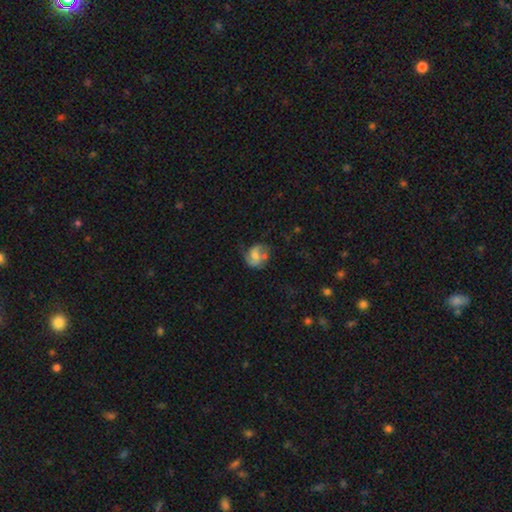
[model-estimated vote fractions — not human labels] Morphology: type=featured or disk (57%); edge-on=no (98%); bar=no (53%); spiral arms=yes (81%); bulge=moderate (37%); merging=none (48%).